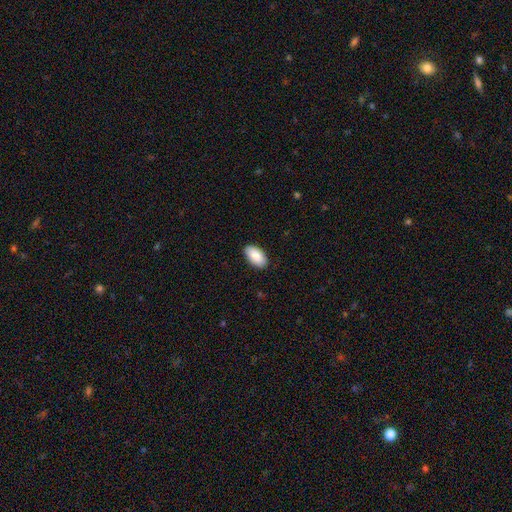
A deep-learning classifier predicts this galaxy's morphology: A smooth galaxy with no disk features (86%) that is in between round and cigar-shaped (96%).

Vote fractions:
- Smooth or featured? smooth: 86% / featured or disk: 8% / star or artifact: 6%
- How rounded? in between: 96% / round: 3% / cigar-shaped: 2%
- Merging? none: 88% / minor disturbance: 9% / major disturbance: 2% / merger: 1%